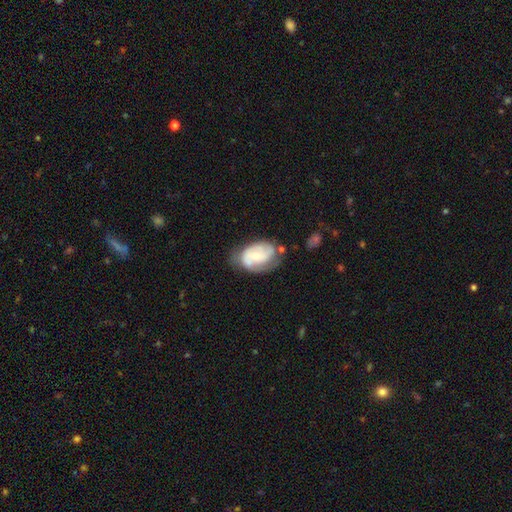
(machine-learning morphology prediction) This appears to be a featured or disk galaxy (66%) with no bar (68%), 2 (55%) tight (43%) spiral arms (83%) and a small central bulge (52%). Merging: none (51%).